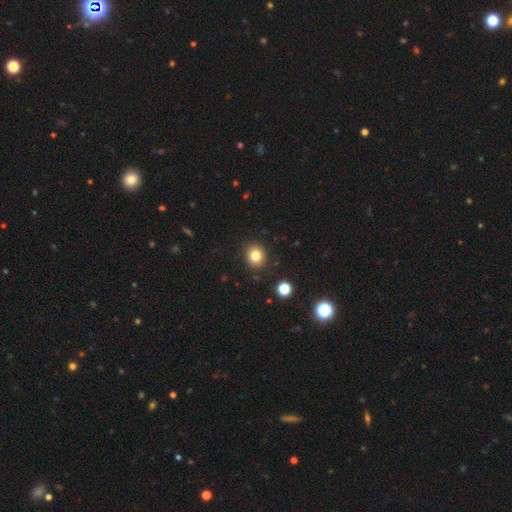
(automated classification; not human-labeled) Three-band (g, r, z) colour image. It shows a smooth galaxy with no disk features (81%) that is round (77%). Merging: none (89%).